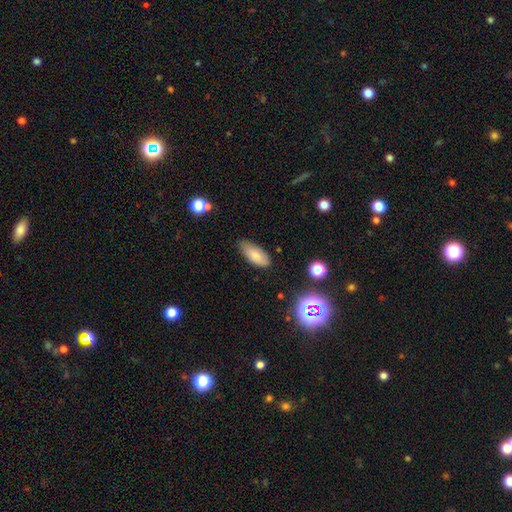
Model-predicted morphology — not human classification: smooth-or-featured: smooth: 78% | featured or disk: 13% | star or artifact: 9%
  how-rounded: in between: 85% | cigar-shaped: 13% | round: 3%
  merging: none: 70% | minor disturbance: 24% | major disturbance: 4% | merger: 2%